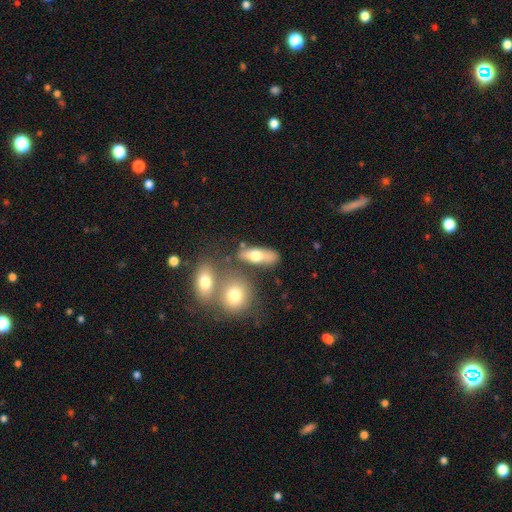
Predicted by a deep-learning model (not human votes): This is likely a smooth galaxy (64%). How rounded: likely in between (62%). Merging: likely none (61%).